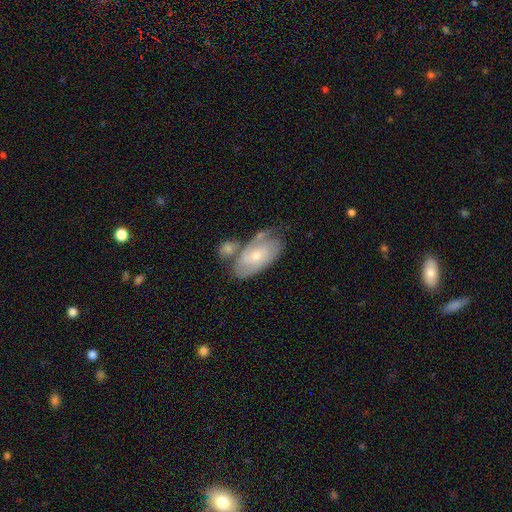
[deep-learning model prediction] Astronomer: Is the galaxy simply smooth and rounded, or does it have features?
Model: featured or disk — 64%.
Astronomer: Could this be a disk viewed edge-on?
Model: no — 94%.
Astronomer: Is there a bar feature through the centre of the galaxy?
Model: no — 61%.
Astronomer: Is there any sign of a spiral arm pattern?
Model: yes — 83%.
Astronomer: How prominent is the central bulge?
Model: small — 48% (runner-up: moderate, 47%).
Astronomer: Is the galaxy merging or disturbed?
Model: none — 44% (runner-up: merger, 27%).